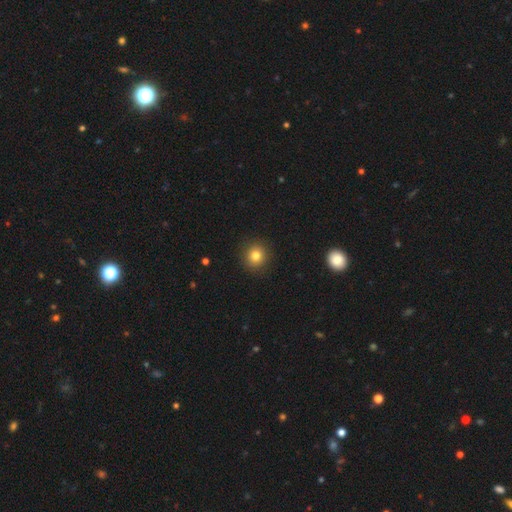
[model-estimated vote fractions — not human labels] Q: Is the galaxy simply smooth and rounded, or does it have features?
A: smooth — 81%.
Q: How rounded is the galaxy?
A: round — 92%.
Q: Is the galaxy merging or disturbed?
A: none — 91%.